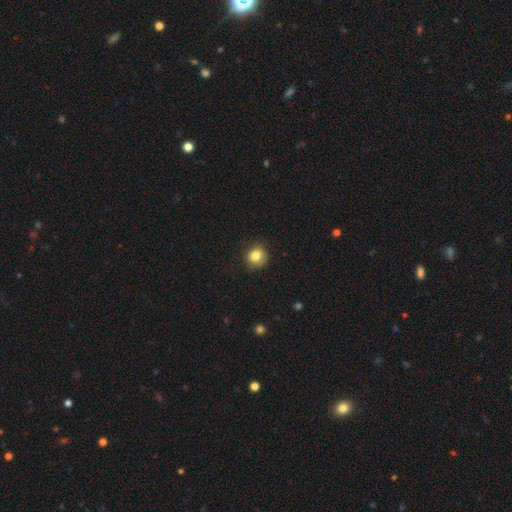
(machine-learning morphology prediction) This appears to be a smooth galaxy with no disk features (83%) that is round (87%). Merging: none (86%).